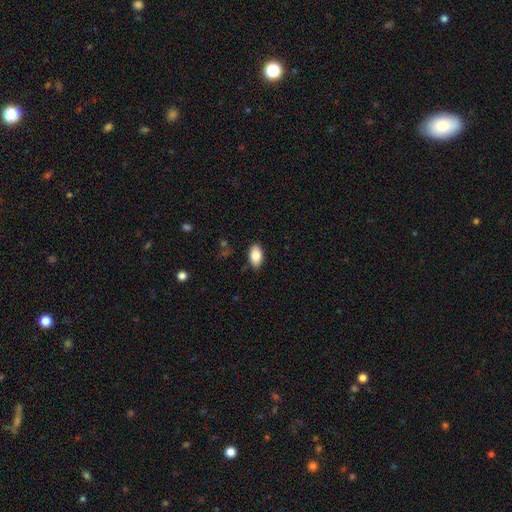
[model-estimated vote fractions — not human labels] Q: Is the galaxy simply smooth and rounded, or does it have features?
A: smooth — 85%.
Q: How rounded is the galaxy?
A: in between — 92%.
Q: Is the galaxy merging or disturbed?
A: none — 84%.